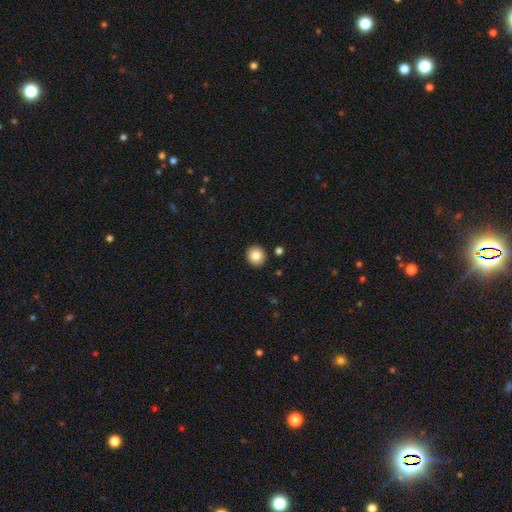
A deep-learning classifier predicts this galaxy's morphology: type=smooth (84%); roundness=round (87%); merging=none (91%).